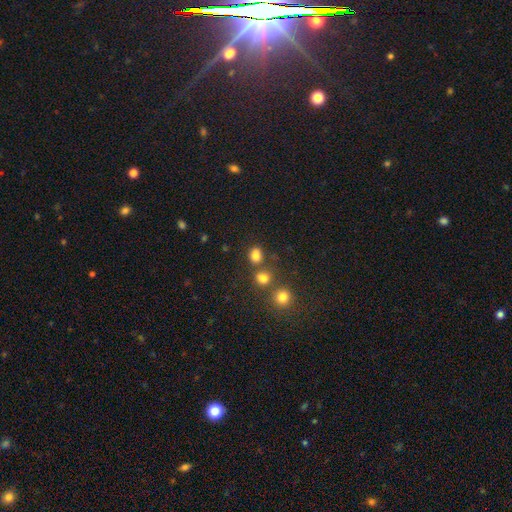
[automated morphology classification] Overall: smooth (79%). How rounded: in between (56%; round 42%). Merging: none (64%).